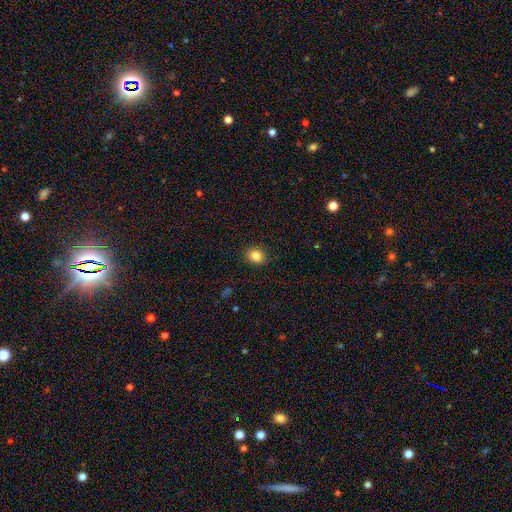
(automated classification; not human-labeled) This appears to be a smooth galaxy with no disk features (85%) that is round (64%). Merging: none (90%).